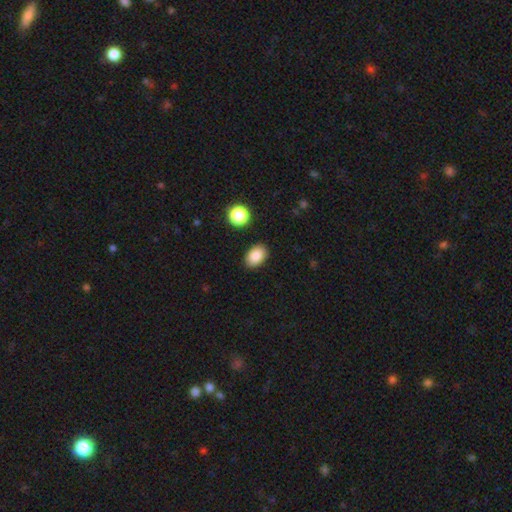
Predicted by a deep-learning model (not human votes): A smooth galaxy with no disk features (86%) that is in between round and cigar-shaped (84%).

Vote fractions:
- Smooth or featured? smooth: 86% / star or artifact: 9% / featured or disk: 5%
- How rounded? in between: 84% / round: 15% / cigar-shaped: 1%
- Merging? none: 88% / minor disturbance: 8% / major disturbance: 2% / merger: 2%